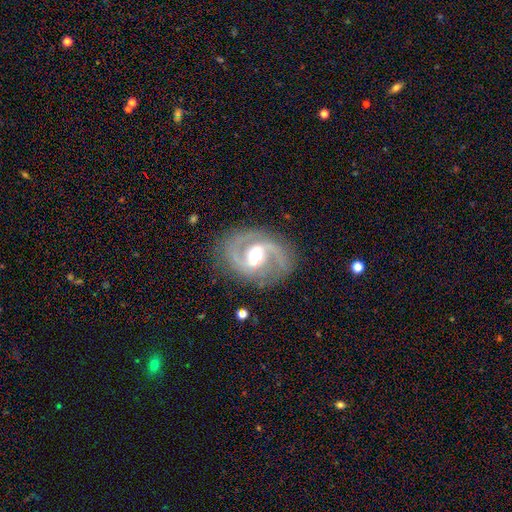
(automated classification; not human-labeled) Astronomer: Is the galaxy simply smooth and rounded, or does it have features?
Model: featured or disk — 91%.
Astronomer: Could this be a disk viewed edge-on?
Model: no — 98%.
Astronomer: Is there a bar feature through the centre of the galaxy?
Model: weak — 48% (runner-up: strong, 29%).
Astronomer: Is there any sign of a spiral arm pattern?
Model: yes — 98%.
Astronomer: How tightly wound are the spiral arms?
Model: medium — 63%.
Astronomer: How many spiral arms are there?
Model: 2 — 93%.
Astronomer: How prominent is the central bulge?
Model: moderate — 70%.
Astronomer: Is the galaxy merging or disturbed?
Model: none — 82%.